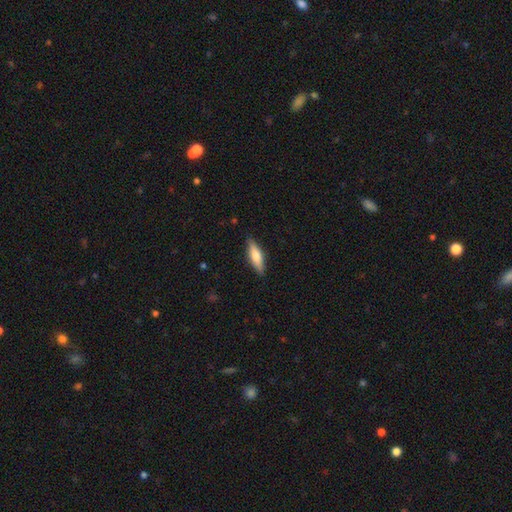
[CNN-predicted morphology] Smooth or featured? smooth (66%)
How rounded? cigar-shaped (58%)
Merging? none (87%)